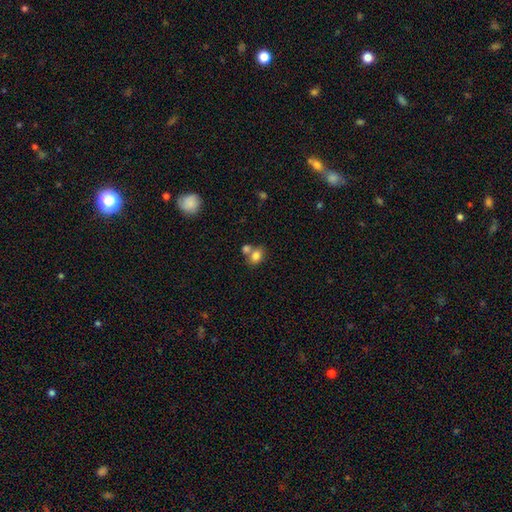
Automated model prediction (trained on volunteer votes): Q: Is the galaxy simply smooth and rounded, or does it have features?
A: smooth — 80%.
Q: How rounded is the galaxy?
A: in between — 63%.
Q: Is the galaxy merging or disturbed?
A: none — 45%.